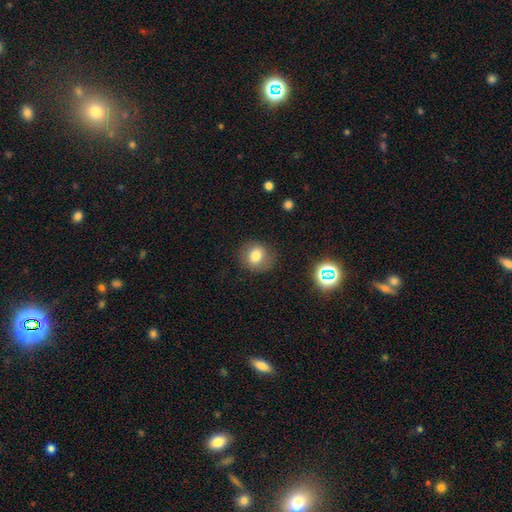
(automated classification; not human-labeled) A smooth galaxy with no disk features (77%) that is round (78%). Merging: none (82%).